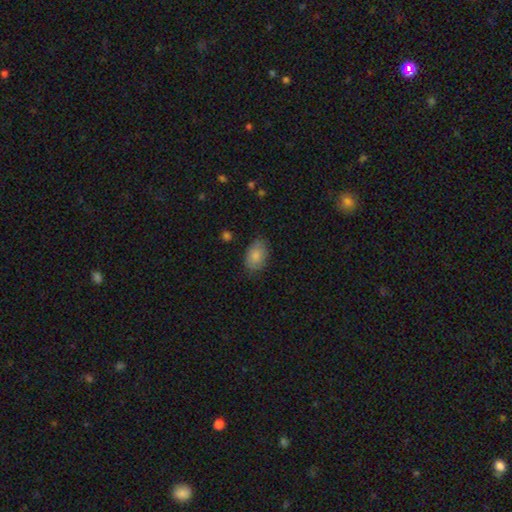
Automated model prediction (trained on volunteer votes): Smooth or featured: smooth — 84% (featured or disk — 9%)
How rounded: in between — 87% (round — 11%)
Merging: none — 78% (minor disturbance — 17%)